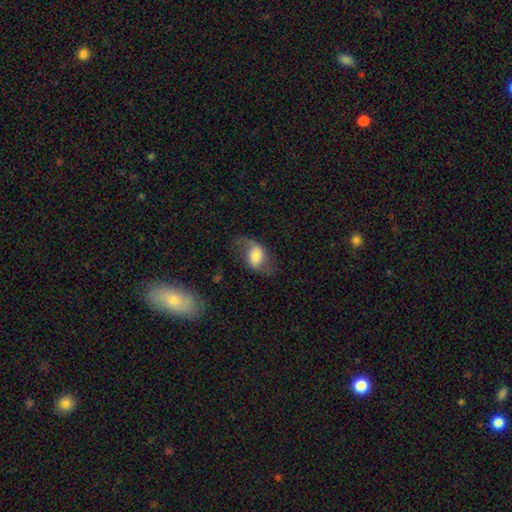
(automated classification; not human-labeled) smooth_or_featured: featured or disk (p=0.50) [alt: smooth p=0.42]
merging: none (p=0.56) [alt: minor disturbance p=0.23]